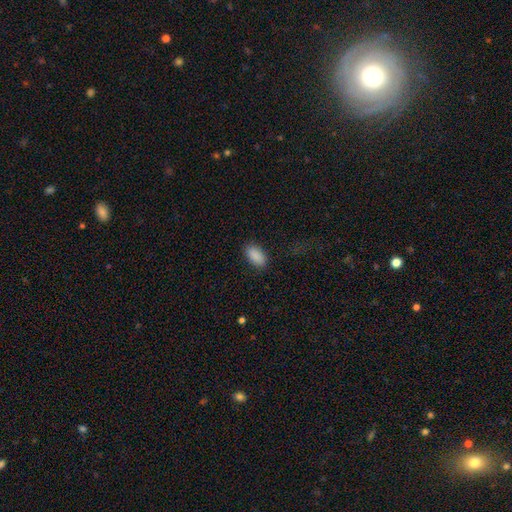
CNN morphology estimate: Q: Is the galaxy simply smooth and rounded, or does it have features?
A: smooth — 90%.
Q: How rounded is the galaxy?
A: in between — 94%.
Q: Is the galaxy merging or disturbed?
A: none — 86%.